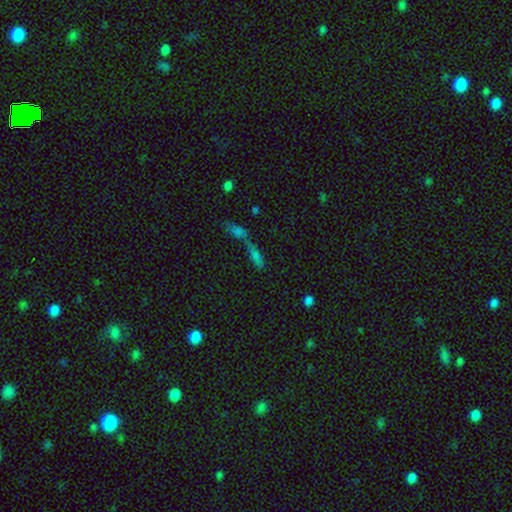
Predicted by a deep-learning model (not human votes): Morphology: type=smooth (59%); roundness=cigar-shaped (50%); merging=merger (63%).